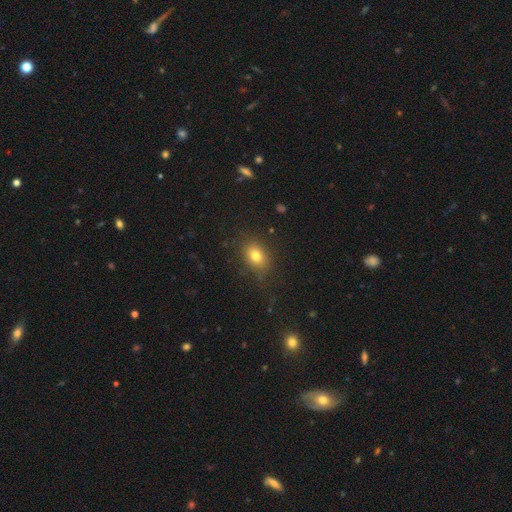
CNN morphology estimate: The model was most divided on "how rounded": in between: 67%, round: 32%, cigar-shaped: 1%. More confident: merging — none (81%); smooth or featured — smooth (78%).